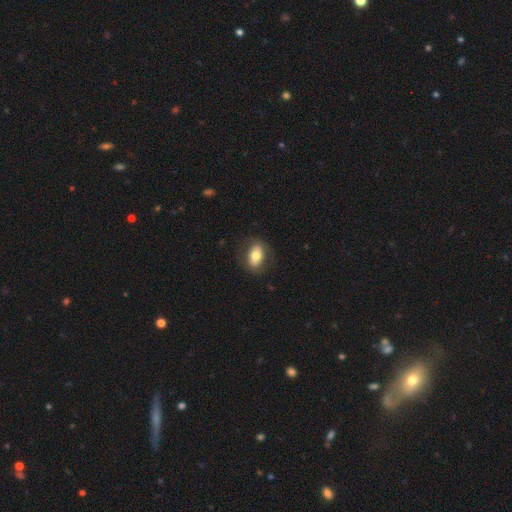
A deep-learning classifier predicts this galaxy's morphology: Smooth or featured?
  - smooth: 70% *
  - featured or disk: 23%
  - star or artifact: 7%
How rounded?
  - in between: 87% *
  - round: 11%
  - cigar-shaped: 3%
Merging?
  - none: 80% *
  - minor disturbance: 13%
  - major disturbance: 5%
  - merger: 1%